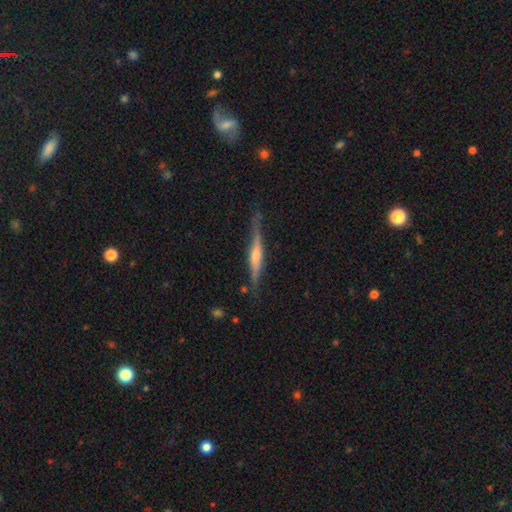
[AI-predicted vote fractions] smooth_or_featured: featured or disk (p=0.77) [alt: smooth p=0.17]
disk_edge_on: yes (p=0.97) [alt: no p=0.03]
edge_on_bulge: rounded (p=0.76) [alt: boxy p=0.13]
merging: none (p=0.80) [alt: minor disturbance p=0.16]